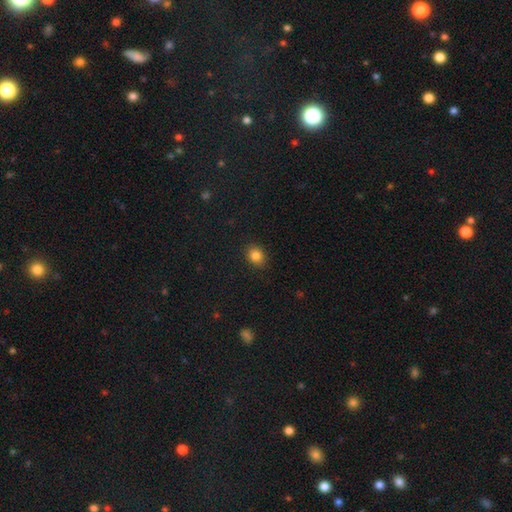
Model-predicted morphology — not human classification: Smooth or featured? smooth (84%)
How rounded? round (60%)
Merging? none (89%)